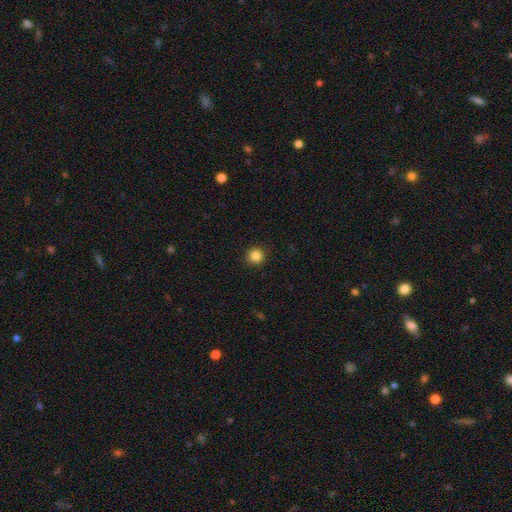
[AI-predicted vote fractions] A smooth galaxy with no disk features (86%) that is round (94%). Merging: none (92%).